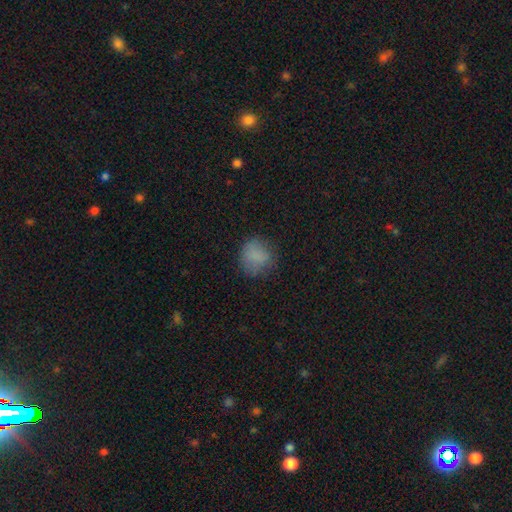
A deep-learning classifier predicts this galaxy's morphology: smooth 80%, star or artifact 11%, featured or disk 9%. Down the decision tree: how rounded — round (79%); merging — none (69%).